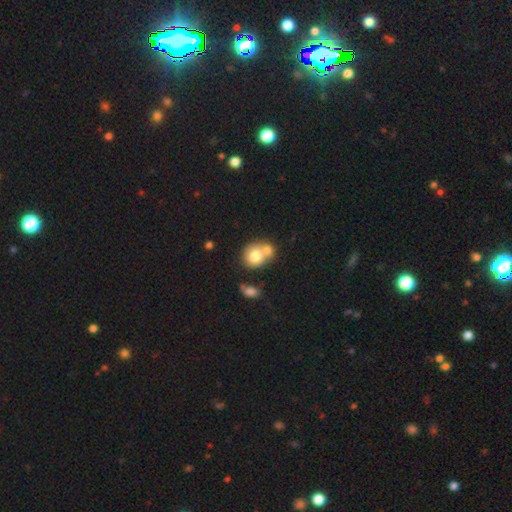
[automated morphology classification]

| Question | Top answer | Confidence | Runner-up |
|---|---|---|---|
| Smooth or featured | smooth | 76% | featured or disk (16%) |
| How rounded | round | 66% | in between (33%) |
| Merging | merger | 54% | none (33%) |